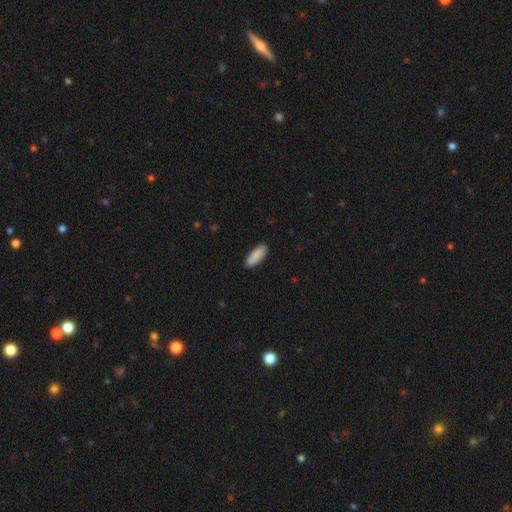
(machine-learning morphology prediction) Smooth or featured? smooth (89%)
How rounded? in between (61%)
Merging? none (87%)